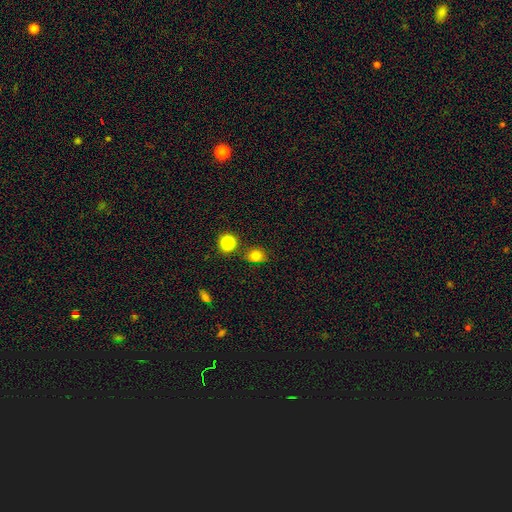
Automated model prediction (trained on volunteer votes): Q: Smooth or featured?
A: smooth (76%); runner-up: star or artifact (16%)
Q: How rounded?
A: round (60%); runner-up: in between (39%)
Q: Merging?
A: none (75%); runner-up: minor disturbance (15%)